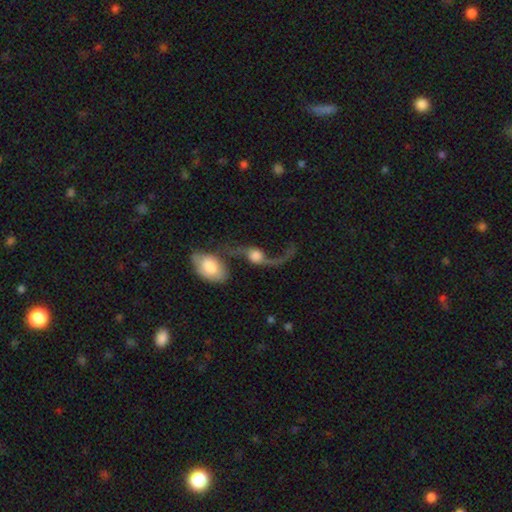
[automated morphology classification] Smooth or featured? Predicted: featured or disk (p=0.69). Edge-on disk? Predicted: no (p=0.90). Bar? Predicted: no (p=0.66). Spiral arms? Predicted: yes (p=0.85). Spiral winding? Predicted: loose (p=0.92). Spiral arm count? Predicted: 2 (p=0.65). Bulge size? Predicted: large (p=0.38). Merging? Predicted: merger (p=0.44).